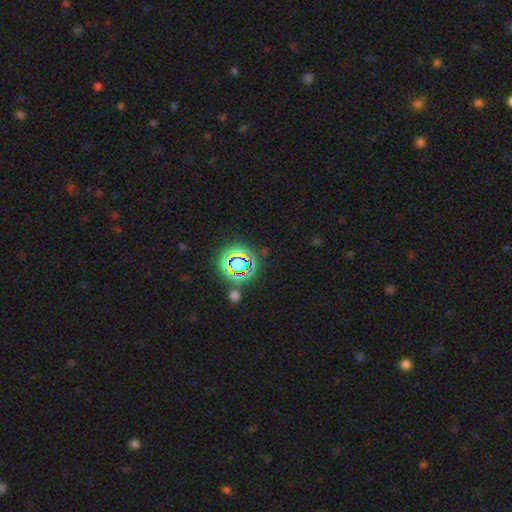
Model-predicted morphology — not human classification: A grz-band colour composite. It shows a star or artifact, not a galaxy (75%).